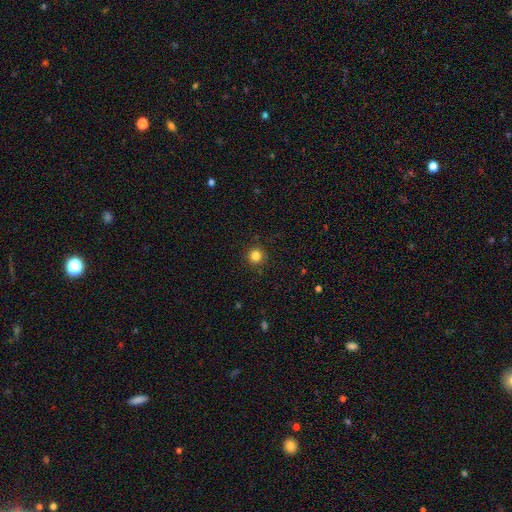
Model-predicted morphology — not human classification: Q: Smooth or featured?
A: smooth (83%); runner-up: star or artifact (13%)
Q: How rounded?
A: round (95%); runner-up: in between (4%)
Q: Merging?
A: none (91%); runner-up: minor disturbance (6%)